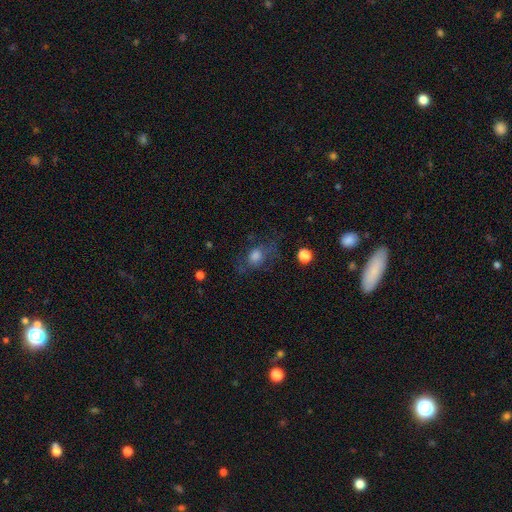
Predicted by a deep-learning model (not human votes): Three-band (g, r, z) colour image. It shows a smooth galaxy with no disk features (57%) that is in between round and cigar-shaped (52%). Merging: none (57%).